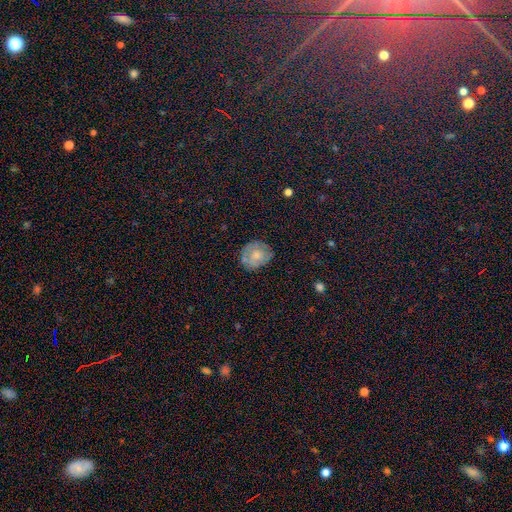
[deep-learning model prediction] Morphology: type=smooth (59%); roundness=round (68%); merging=none (67%).